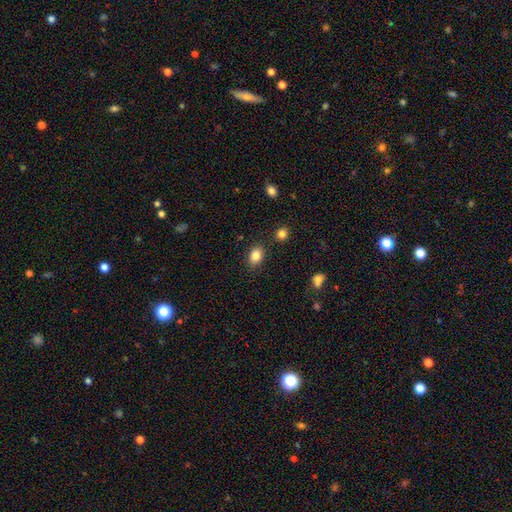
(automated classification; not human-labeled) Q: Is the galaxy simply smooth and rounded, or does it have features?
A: smooth — 85%.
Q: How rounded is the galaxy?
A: in between — 73%.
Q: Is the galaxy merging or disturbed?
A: none — 84%.